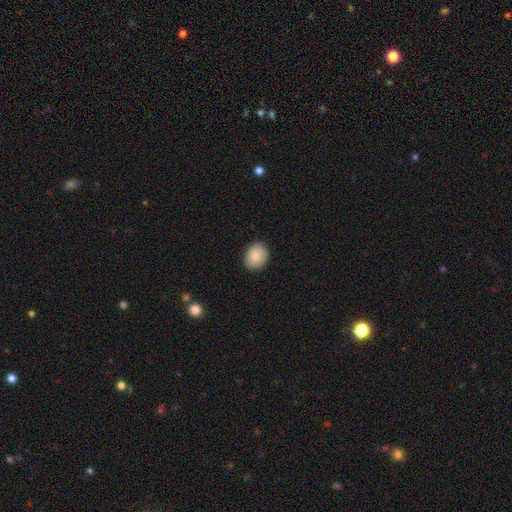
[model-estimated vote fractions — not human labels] This appears to be a smooth galaxy with no disk features (83%) that is round (53%). Merging: none (85%).